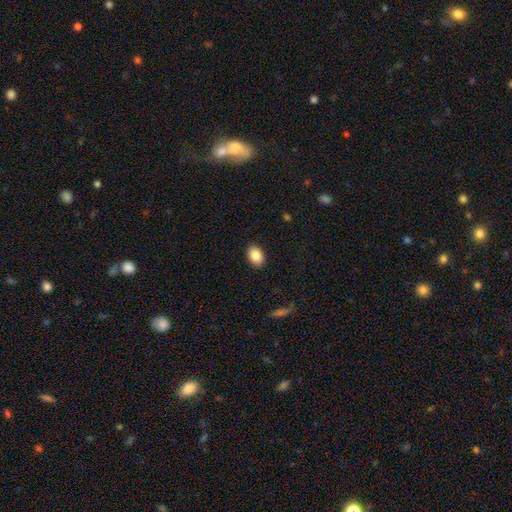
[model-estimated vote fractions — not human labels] Smooth or featured? Predicted: smooth (p=0.86). How rounded? Predicted: in between (p=0.82). Merging? Predicted: none (p=0.89).